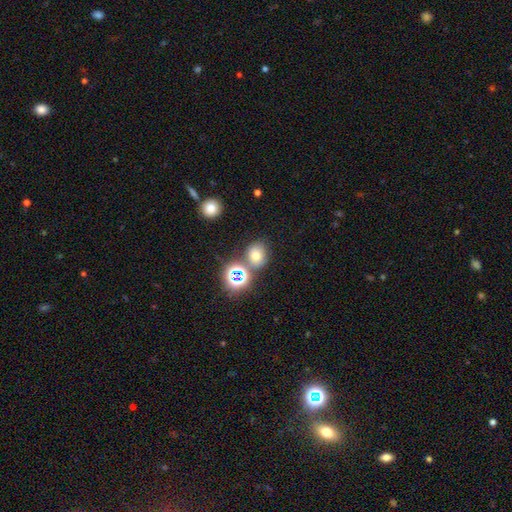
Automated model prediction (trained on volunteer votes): This appears to be a smooth galaxy with no disk features (63%) that is round (61%). Merging: none (70%).